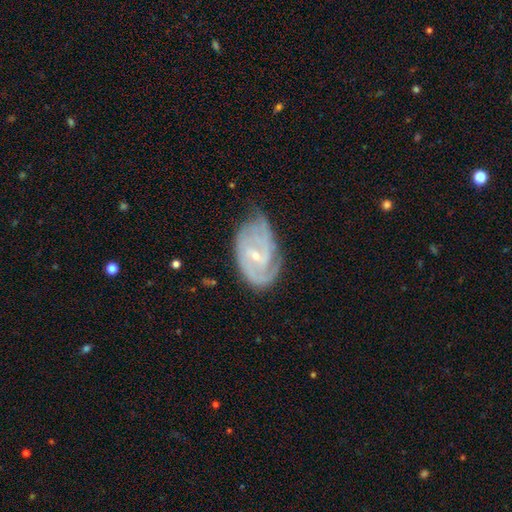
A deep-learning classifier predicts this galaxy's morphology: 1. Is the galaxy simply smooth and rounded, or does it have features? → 84% featured or disk, 10% smooth, 6% star or artifact.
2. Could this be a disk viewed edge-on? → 97% no, 3% yes.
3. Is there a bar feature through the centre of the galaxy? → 51% weak, 32% no, 17% strong.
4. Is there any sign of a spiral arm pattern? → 95% yes, 5% no.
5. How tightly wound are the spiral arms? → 58% tight, 34% medium, 8% loose.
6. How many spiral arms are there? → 40% 2, 27% can't tell, 18% 3, 5% 1, 5% 4, 4% more than 4.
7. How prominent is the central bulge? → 72% small, 24% moderate, 2% none, 1% large, 1% dominant.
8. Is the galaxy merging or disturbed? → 55% none, 31% minor disturbance, 13% major disturbance, 2% merger.